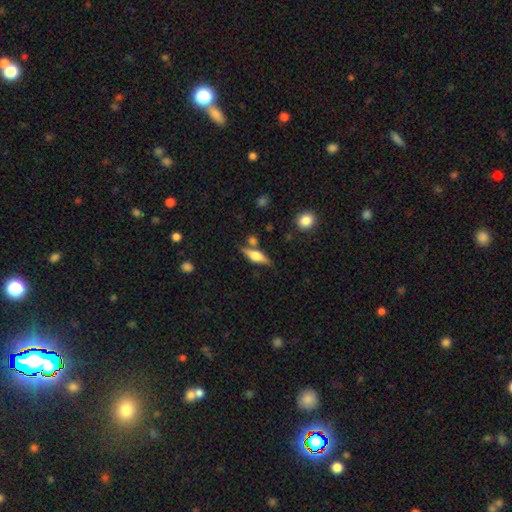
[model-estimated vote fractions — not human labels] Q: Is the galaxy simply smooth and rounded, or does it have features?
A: featured or disk — 51%.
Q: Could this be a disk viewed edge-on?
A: yes — 93%.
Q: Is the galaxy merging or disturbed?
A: none — 72%.